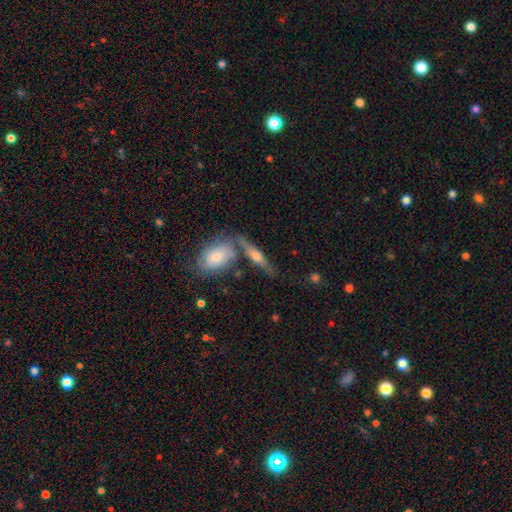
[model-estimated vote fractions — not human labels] This appears to be a featured or disk galaxy (51%) viewed edge-on (80%). Merging: none (56%).